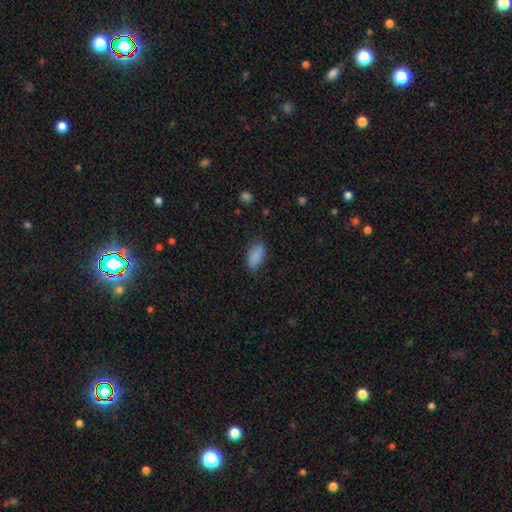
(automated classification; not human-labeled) Overall: smooth (87%). How rounded: in between (91%). Merging: none (78%).